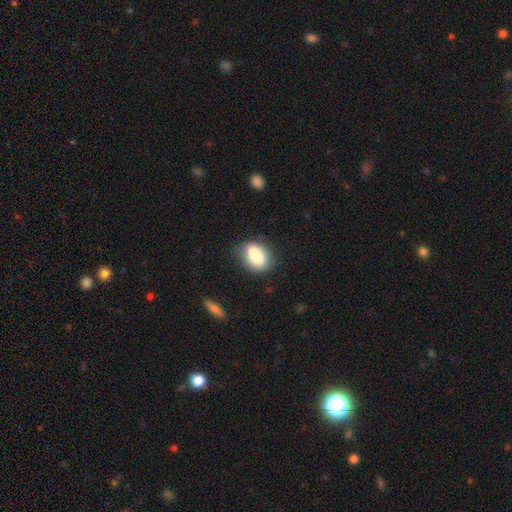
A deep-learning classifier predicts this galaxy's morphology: Smooth or featured: smooth — 86% (star or artifact — 8%)
How rounded: in between — 79% (round — 19%)
Merging: none — 75% (minor disturbance — 18%)